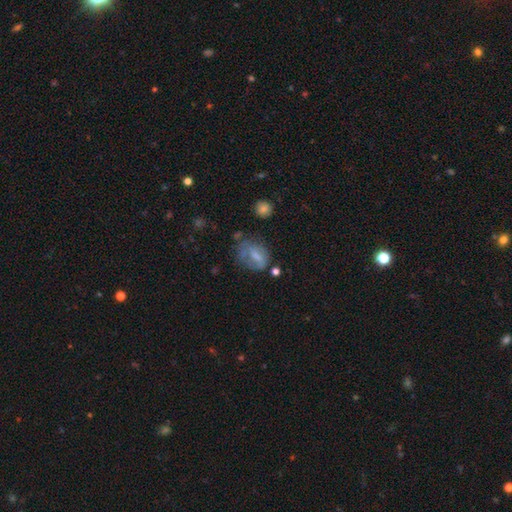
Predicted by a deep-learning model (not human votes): smooth-or-featured: smooth: 52% | featured or disk: 37% | star or artifact: 11%
  how-rounded: in between: 66% | round: 31% | cigar-shaped: 3%
  merging: none: 41% | minor disturbance: 28% | major disturbance: 26% | merger: 6%